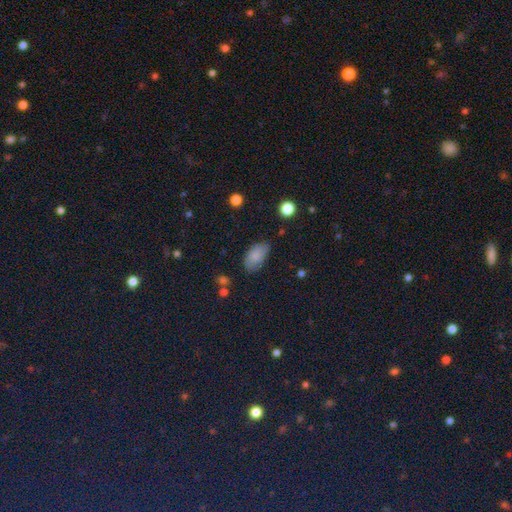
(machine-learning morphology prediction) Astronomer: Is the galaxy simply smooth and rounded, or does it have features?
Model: smooth — 78%.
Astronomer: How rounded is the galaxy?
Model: in between — 94%.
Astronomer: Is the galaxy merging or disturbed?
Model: none — 68%.